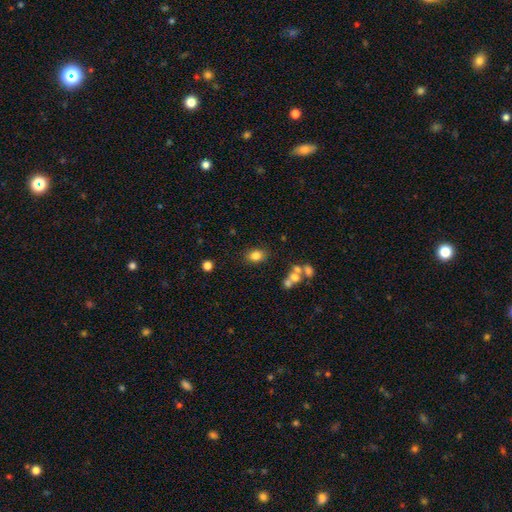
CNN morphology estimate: smooth-or-featured: smooth: 80% | star or artifact: 12% | featured or disk: 9%
  how-rounded: in between: 66% | round: 33% | cigar-shaped: 1%
  merging: none: 79% | minor disturbance: 11% | merger: 5% | major disturbance: 4%